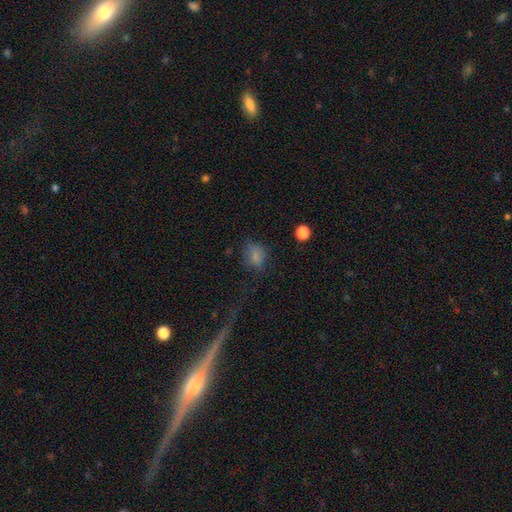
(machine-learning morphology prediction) Smooth or featured: smooth — 76% (star or artifact — 15%)
How rounded: in between — 55% (round — 43%)
Merging: none — 62% (minor disturbance — 20%)